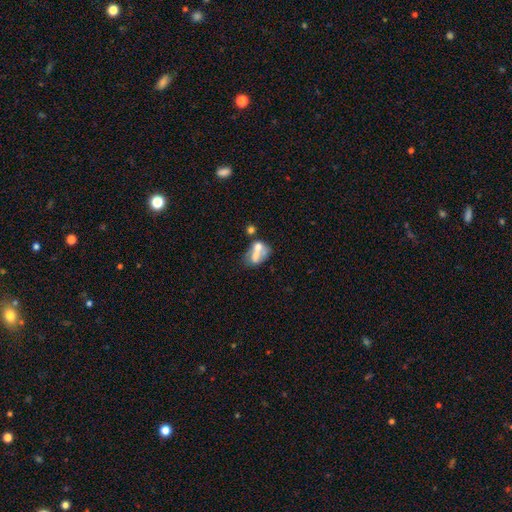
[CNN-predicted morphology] Smooth or featured?
  - smooth: 48% *
  - featured or disk: 41%
  - star or artifact: 11%
Merging?
  - merger: 54% *
  - none: 23%
  - major disturbance: 11%
  - minor disturbance: 11%